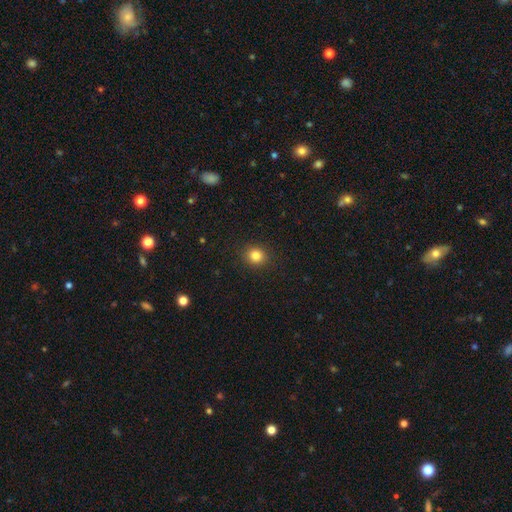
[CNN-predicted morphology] smooth-or-featured: smooth: 83% | star or artifact: 12% | featured or disk: 6%
  how-rounded: round: 82% | in between: 17% | cigar-shaped: 1%
  merging: none: 91% | minor disturbance: 6% | major disturbance: 2% | merger: 1%